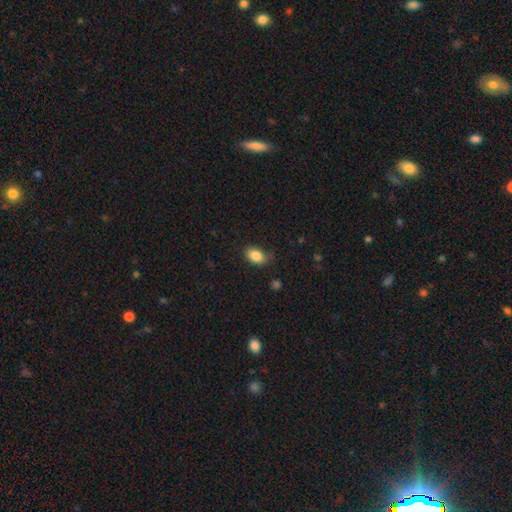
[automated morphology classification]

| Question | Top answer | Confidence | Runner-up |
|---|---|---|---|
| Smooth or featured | smooth | 86% | star or artifact (9%) |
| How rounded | in between | 85% | round (14%) |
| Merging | none | 76% | minor disturbance (18%) |